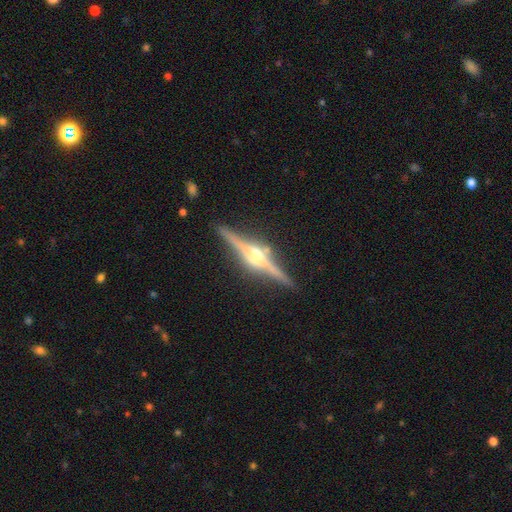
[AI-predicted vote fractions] Smooth or featured? Predicted: featured or disk (p=0.86). Edge-on disk? Predicted: yes (p=0.98). Edge-on bulge? Predicted: rounded (p=0.91). Merging? Predicted: none (p=0.88).